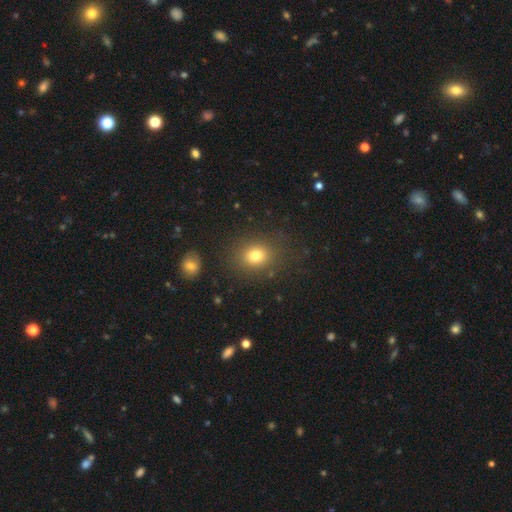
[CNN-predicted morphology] Smooth or featured?
  - smooth: 78% *
  - star or artifact: 14%
  - featured or disk: 8%
How rounded?
  - round: 66% *
  - in between: 33%
  - cigar-shaped: 1%
Merging?
  - none: 83% *
  - minor disturbance: 10%
  - major disturbance: 5%
  - merger: 3%